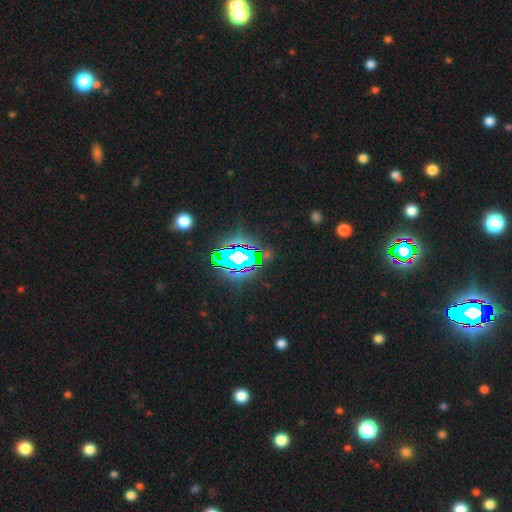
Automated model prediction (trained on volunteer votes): A star or artifact, not a galaxy (79%).

Vote fractions:
- Smooth or featured? star or artifact: 79% / smooth: 11% / featured or disk: 10%